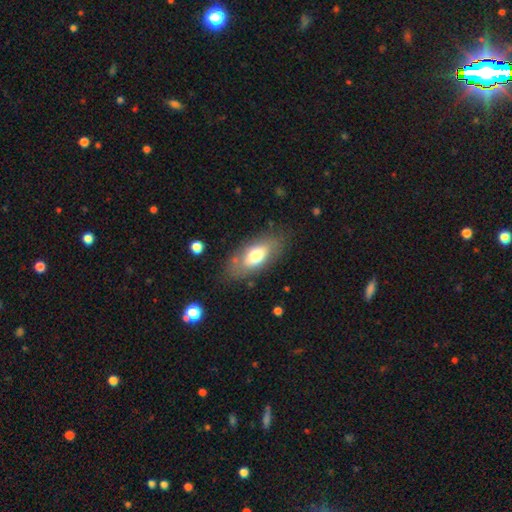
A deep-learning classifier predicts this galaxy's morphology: Q: Smooth or featured?
A: smooth (66%); runner-up: featured or disk (27%)
Q: How rounded?
A: in between (87%); runner-up: cigar-shaped (9%)
Q: Merging?
A: none (76%); runner-up: minor disturbance (15%)